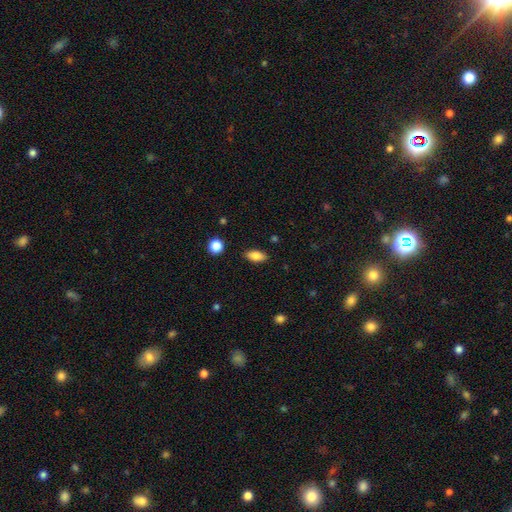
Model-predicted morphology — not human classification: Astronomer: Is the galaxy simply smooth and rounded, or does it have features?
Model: smooth — 82%.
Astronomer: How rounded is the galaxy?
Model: in between — 87%.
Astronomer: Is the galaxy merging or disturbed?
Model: none — 87%.